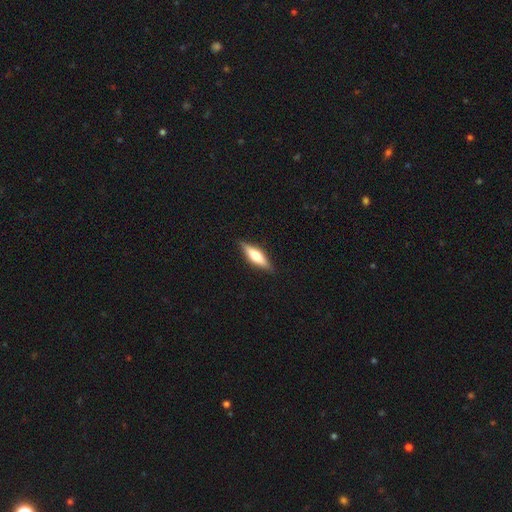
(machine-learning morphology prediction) type=smooth (50%); merging=none (88%).